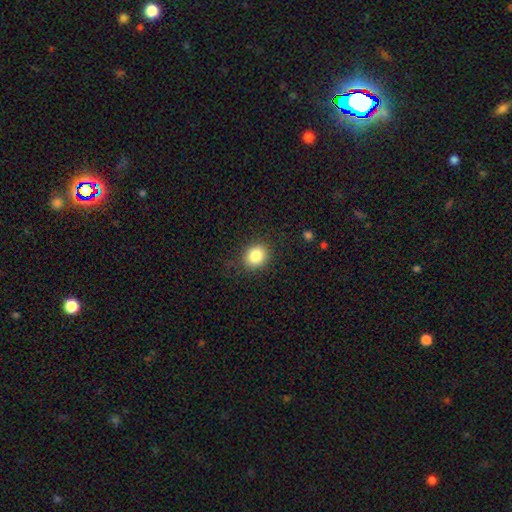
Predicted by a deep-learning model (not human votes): A smooth galaxy with no disk features (83%) that is round (65%). Merging: none (86%).